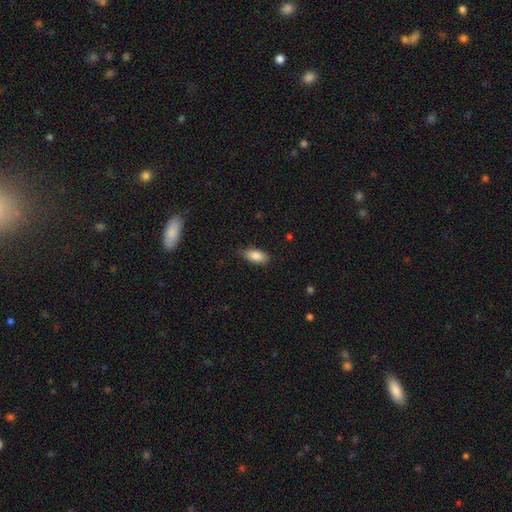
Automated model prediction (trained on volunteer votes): This appears to be a smooth galaxy with no disk features (87%) that is in between round and cigar-shaped (90%). Merging: none (75%).